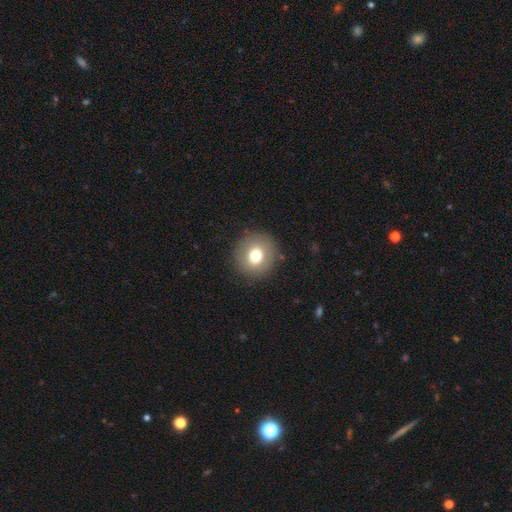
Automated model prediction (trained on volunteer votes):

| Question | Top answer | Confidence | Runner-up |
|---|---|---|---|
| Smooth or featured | smooth | 73% | featured or disk (15%) |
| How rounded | round | 92% | in between (7%) |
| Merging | none | 89% | minor disturbance (7%) |